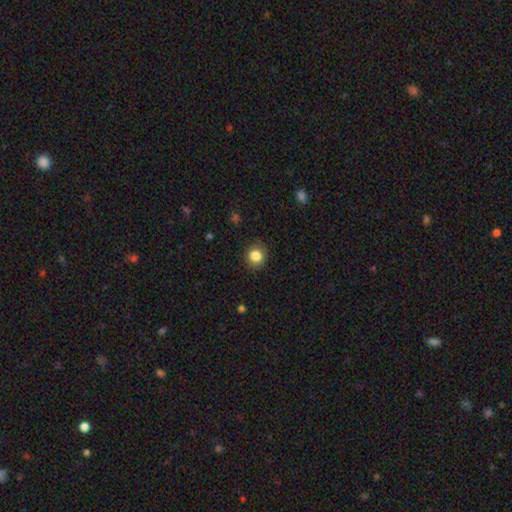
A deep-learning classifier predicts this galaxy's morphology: smooth-or-featured: smooth: 84% | star or artifact: 10% | featured or disk: 6%
  how-rounded: round: 82% | in between: 17% | cigar-shaped: 1%
  merging: none: 87% | minor disturbance: 9% | major disturbance: 3% | merger: 1%